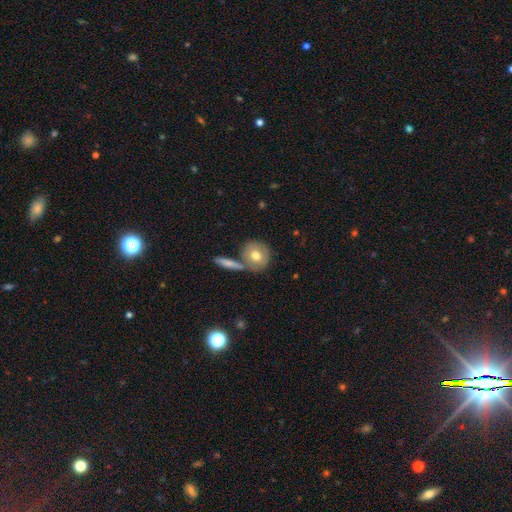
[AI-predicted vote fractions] smooth 60%, featured or disk 30%, star or artifact 10%. Down the decision tree: how rounded — round (85%); merging — none (69%).